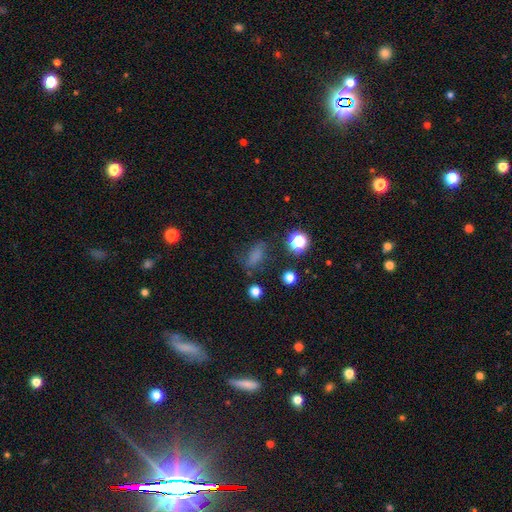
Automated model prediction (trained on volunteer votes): Smooth or featured? smooth (67%)
How rounded? in between (71%)
Merging? none (58%)